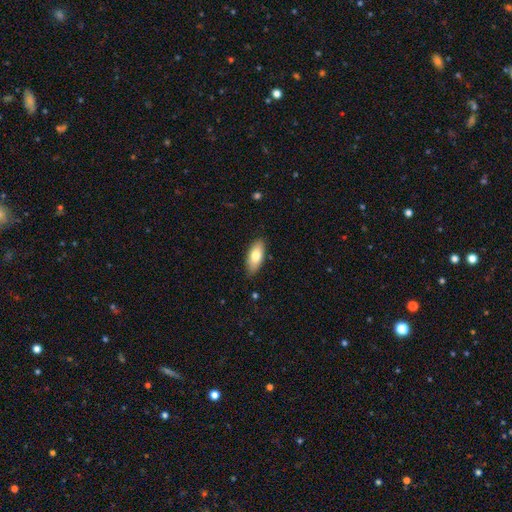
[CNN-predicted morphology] smooth_or_featured: smooth (p=0.77) [alt: featured or disk p=0.17]
how_rounded: in between (p=0.87) [alt: cigar-shaped p=0.11]
merging: none (p=0.85) [alt: minor disturbance p=0.12]